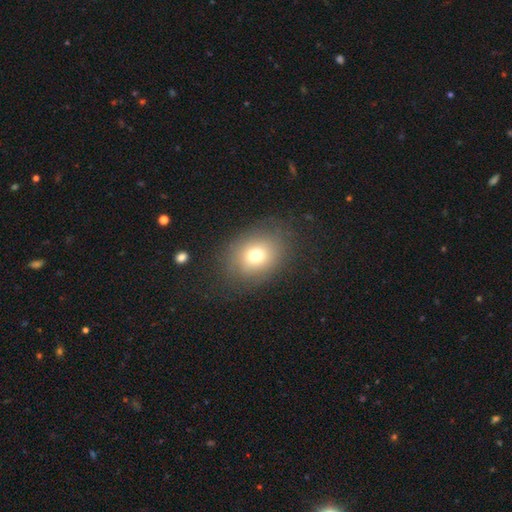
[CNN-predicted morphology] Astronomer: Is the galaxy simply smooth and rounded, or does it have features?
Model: smooth — 72%.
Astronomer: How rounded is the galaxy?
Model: in between — 50% (runner-up: round, 49%).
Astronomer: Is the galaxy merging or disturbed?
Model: none — 80%.